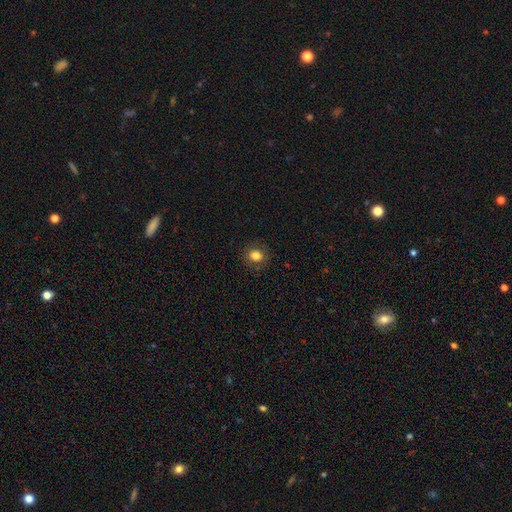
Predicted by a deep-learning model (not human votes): Morphology: type=smooth (80%); roundness=round (77%); merging=none (88%).